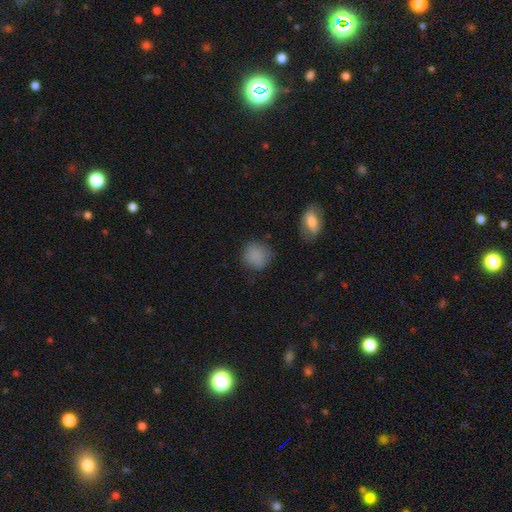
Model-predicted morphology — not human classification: Smooth or featured? Predicted: smooth (p=0.84). How rounded? Predicted: round (p=0.86). Merging? Predicted: none (p=0.76).